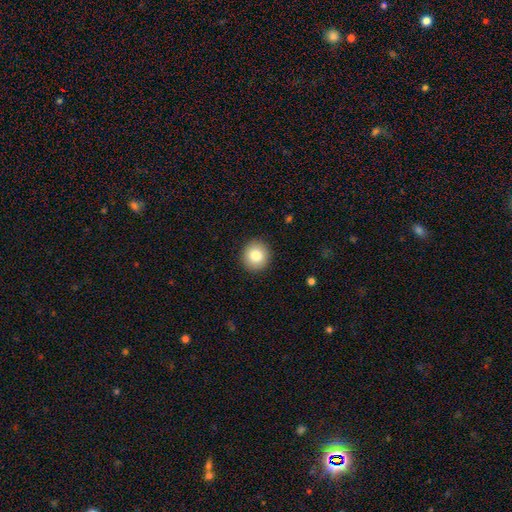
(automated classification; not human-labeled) A smooth galaxy with no disk features (81%) that is round (91%).

Vote fractions:
- Smooth or featured? smooth: 81% / featured or disk: 10% / star or artifact: 9%
- How rounded? round: 91% / in between: 9% / cigar-shaped: 1%
- Merging? none: 92% / minor disturbance: 5% / major disturbance: 2% / merger: 1%